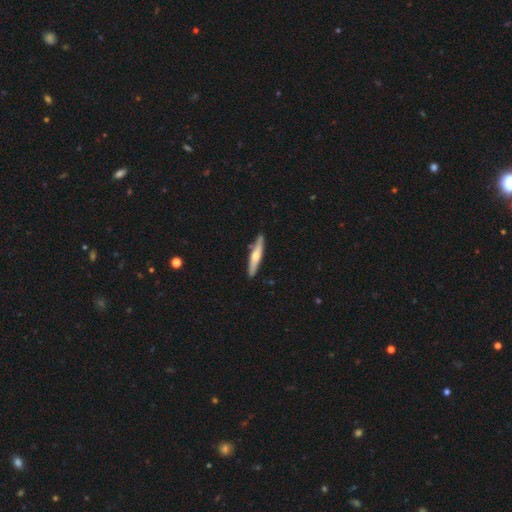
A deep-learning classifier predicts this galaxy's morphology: The model was most divided on "smooth or featured": featured or disk: 48%, smooth: 47%, star or artifact: 5%. More confident: merging — none (85%).